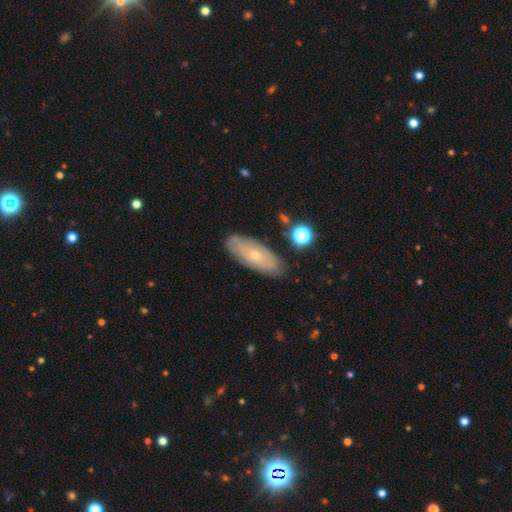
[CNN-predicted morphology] A featured or disk galaxy (48%).

Vote fractions:
- Smooth or featured? featured or disk: 48% / smooth: 44% / star or artifact: 8%
- Merging? none: 83% / minor disturbance: 13% / major disturbance: 3% / merger: 2%